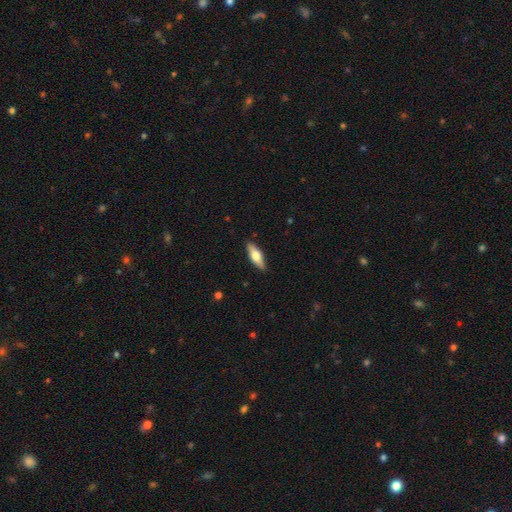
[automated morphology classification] Smooth or featured?
  - smooth: 56% *
  - featured or disk: 38%
  - star or artifact: 6%
How rounded?
  - in between: 55% *
  - cigar-shaped: 43%
  - round: 2%
Merging?
  - none: 89% *
  - minor disturbance: 8%
  - major disturbance: 2%
  - merger: 1%